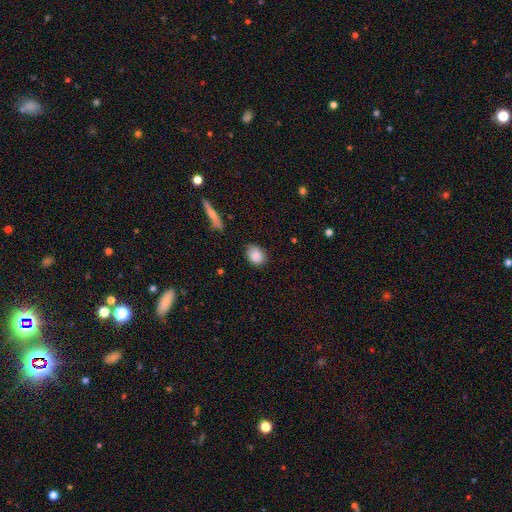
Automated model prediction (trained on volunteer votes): Smooth or featured? smooth (86%)
How rounded? in between (57%)
Merging? none (79%)